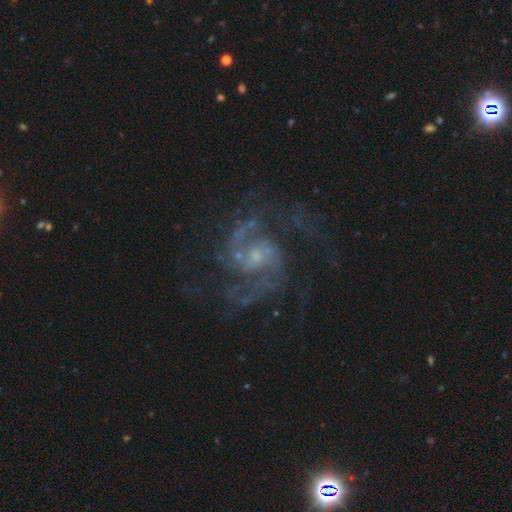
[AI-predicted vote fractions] Smooth or featured? Predicted: featured or disk (p=0.88). Edge-on disk? Predicted: no (p=0.98). Bar? Predicted: no (p=0.52). Spiral arms? Predicted: yes (p=0.96). Spiral winding? Predicted: medium (p=0.57). Spiral arm count? Predicted: 2 (p=0.71). Bulge size? Predicted: small (p=0.62). Merging? Predicted: none (p=0.66).